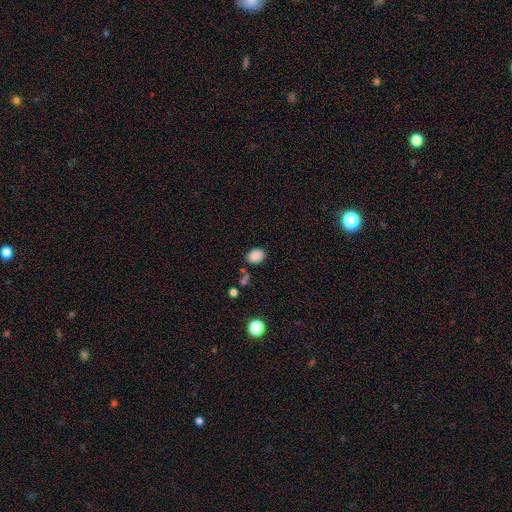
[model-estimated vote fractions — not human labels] The model was most divided on "how rounded": in between: 69%, round: 30%, cigar-shaped: 1%. More confident: smooth or featured — smooth (86%); merging — none (78%).